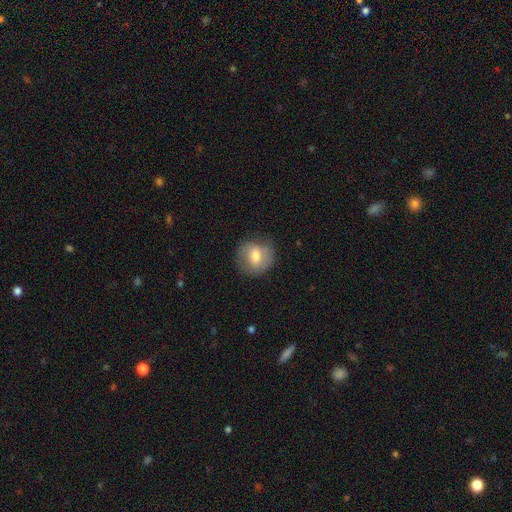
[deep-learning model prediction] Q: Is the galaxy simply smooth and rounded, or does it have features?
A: smooth — 65%.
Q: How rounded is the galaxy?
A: round — 77%.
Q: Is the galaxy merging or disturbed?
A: none — 76%.